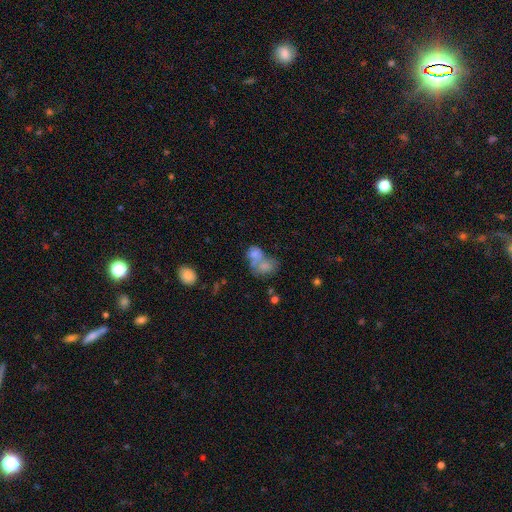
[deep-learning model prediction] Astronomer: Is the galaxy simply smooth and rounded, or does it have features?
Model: smooth — 68%.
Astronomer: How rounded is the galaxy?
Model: in between — 64%.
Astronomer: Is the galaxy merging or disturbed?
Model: merger — 68%.